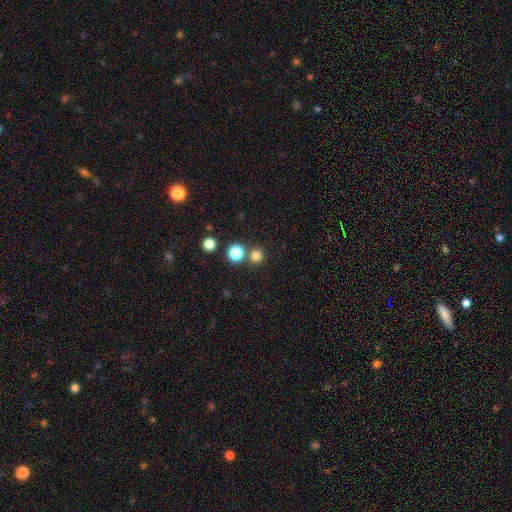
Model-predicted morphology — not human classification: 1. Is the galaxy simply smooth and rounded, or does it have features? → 79% smooth, 16% star or artifact, 5% featured or disk.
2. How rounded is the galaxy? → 93% round, 6% in between, 1% cigar-shaped.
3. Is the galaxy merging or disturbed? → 74% none, 18% merger, 6% minor disturbance, 2% major disturbance.